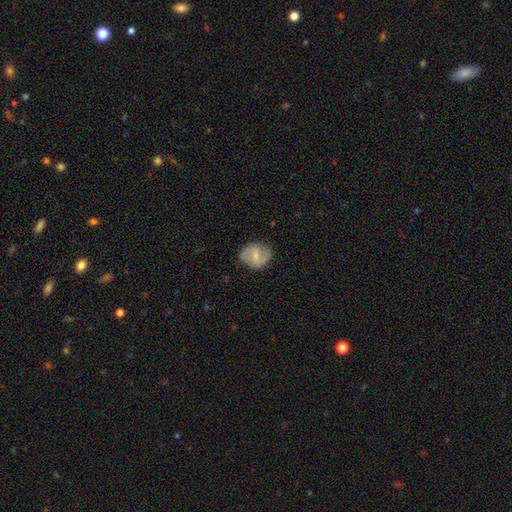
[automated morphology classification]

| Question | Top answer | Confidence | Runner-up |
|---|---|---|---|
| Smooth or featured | featured or disk | 64% | smooth (30%) |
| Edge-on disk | no | 97% | yes (3%) |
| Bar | weak | 54% | strong (24%) |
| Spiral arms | yes | 86% | no (14%) |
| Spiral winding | medium | 49% | loose (32%) |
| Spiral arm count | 2 | 88% | can't tell (7%) |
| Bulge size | small | 53% | moderate (36%) |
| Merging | none | 77% | minor disturbance (17%) |